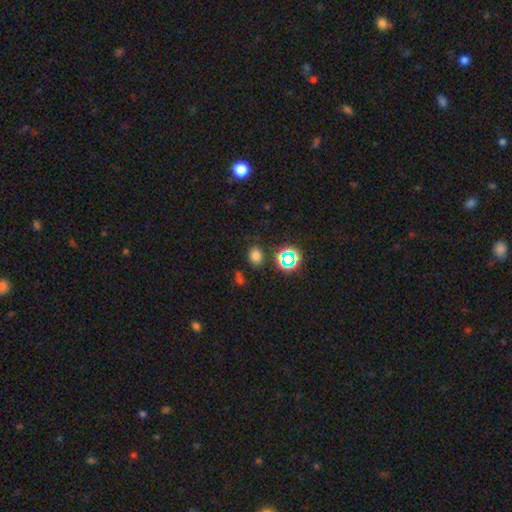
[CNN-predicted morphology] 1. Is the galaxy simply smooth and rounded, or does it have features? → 71% smooth, 23% star or artifact, 6% featured or disk.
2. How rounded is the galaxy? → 57% round, 42% in between, 1% cigar-shaped.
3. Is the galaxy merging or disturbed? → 81% none, 11% minor disturbance, 4% merger, 4% major disturbance.